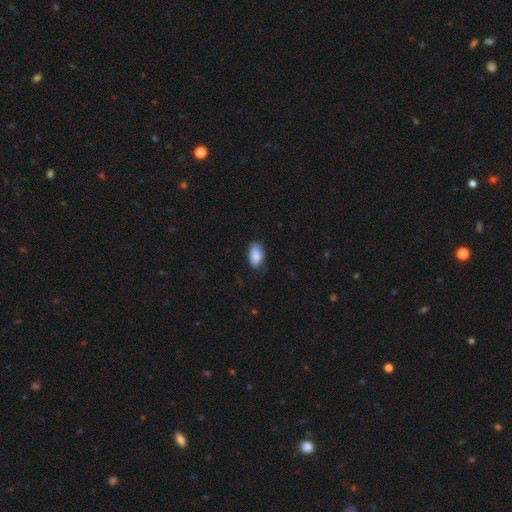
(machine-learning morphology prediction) smooth_or_featured: smooth (p=0.84) [alt: featured or disk p=0.09]
how_rounded: in between (p=0.92) [alt: round p=0.06]
merging: none (p=0.66) [alt: minor disturbance p=0.27]